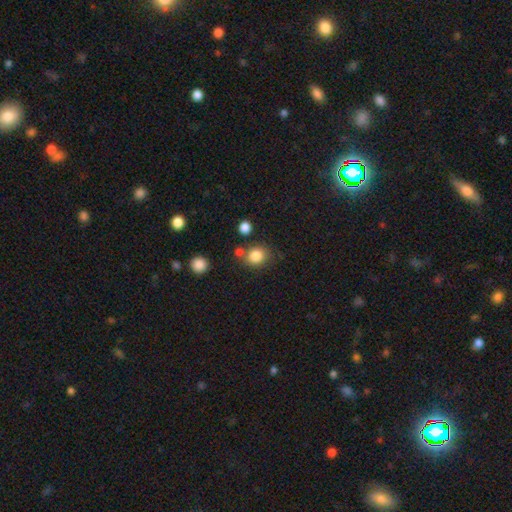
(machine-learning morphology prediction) Smooth or featured: smooth — 83% (star or artifact — 11%)
How rounded: round — 77% (in between — 22%)
Merging: none — 70% (merger — 14%)